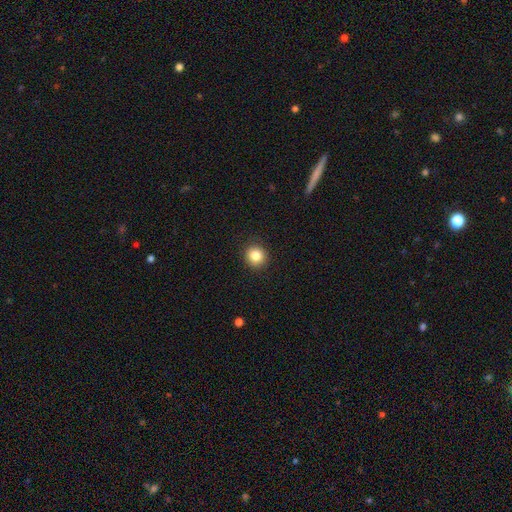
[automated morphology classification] The model was most divided on "smooth or featured": smooth: 85%, star or artifact: 10%, featured or disk: 6%. More confident: merging — none (91%); how rounded — round (89%).